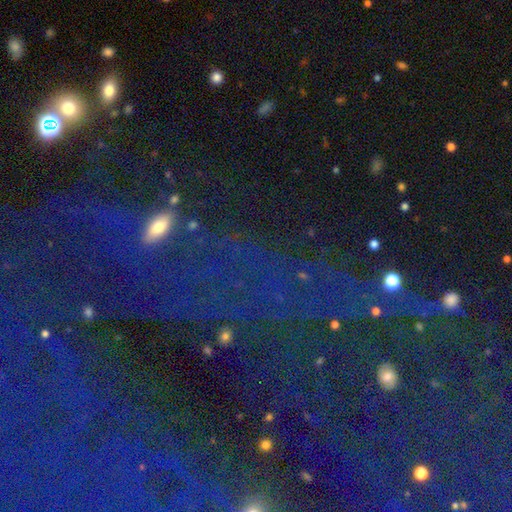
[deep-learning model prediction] Morphology: type=star or artifact (69%).